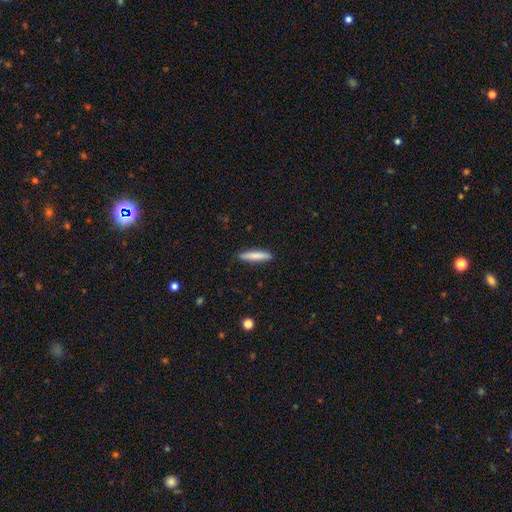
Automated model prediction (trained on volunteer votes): smooth_or_featured: smooth (p=0.80) [alt: featured or disk p=0.14]
how_rounded: cigar-shaped (p=0.87) [alt: in between p=0.11]
merging: none (p=0.89) [alt: minor disturbance p=0.08]